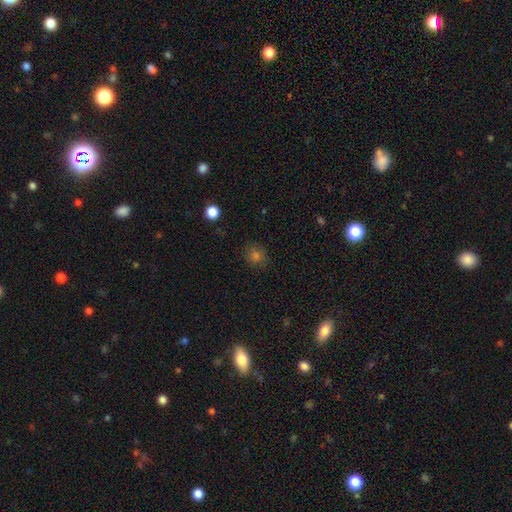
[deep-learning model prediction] Smooth or featured? smooth (72%)
How rounded? round (84%)
Merging? none (86%)